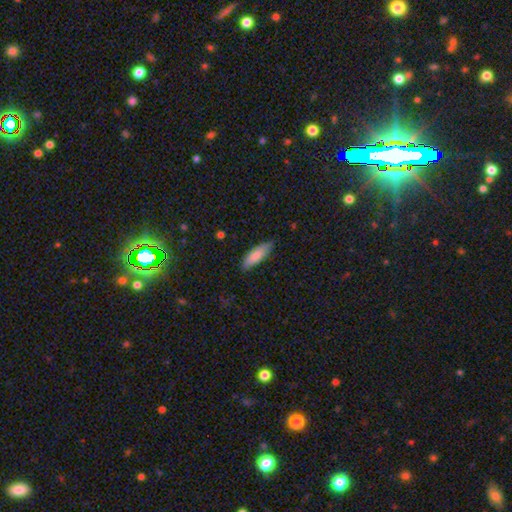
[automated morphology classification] smooth-or-featured: smooth: 82% | featured or disk: 12% | star or artifact: 6%
  how-rounded: in between: 60% | cigar-shaped: 39% | round: 2%
  merging: none: 81% | minor disturbance: 15% | major disturbance: 2% | merger: 1%